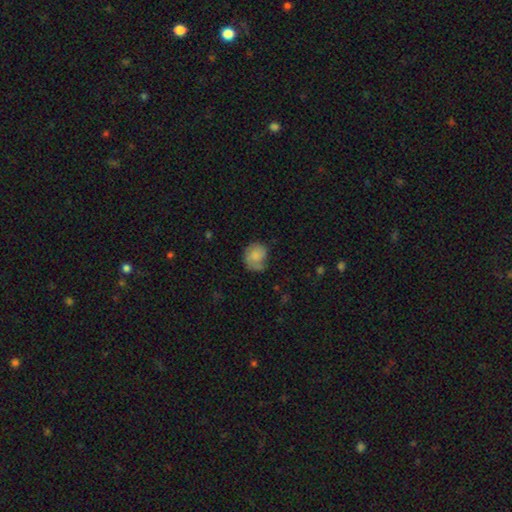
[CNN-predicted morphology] Smooth or featured? smooth (70%)
How rounded? round (70%)
Merging? none (47%)